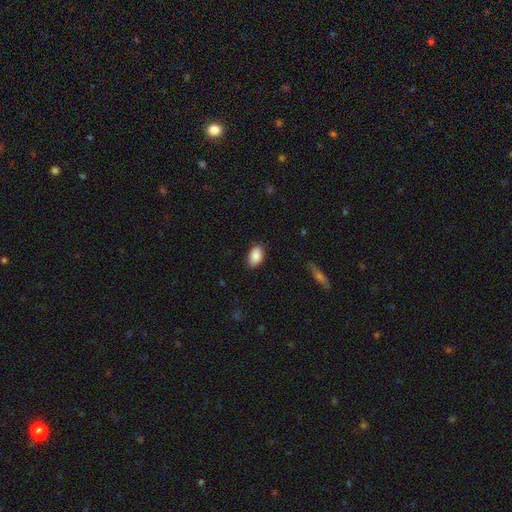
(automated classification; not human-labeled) This appears to be a smooth galaxy with no disk features (89%) that is in between round and cigar-shaped (91%). Merging: none (83%).